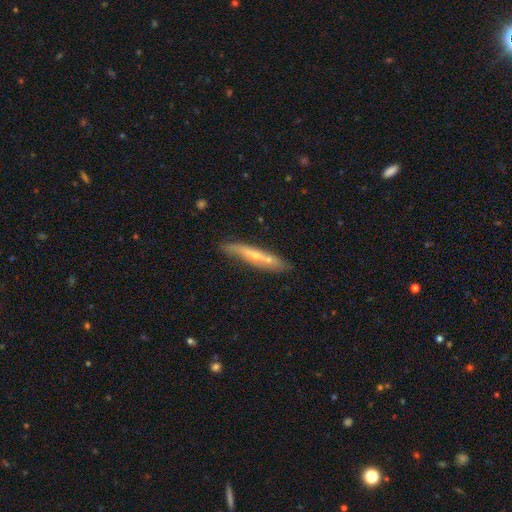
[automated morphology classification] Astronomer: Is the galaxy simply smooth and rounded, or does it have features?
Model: featured or disk — 58% (runner-up: smooth, 35%).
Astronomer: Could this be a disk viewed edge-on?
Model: yes — 76%.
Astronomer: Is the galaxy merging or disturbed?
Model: none — 69%.